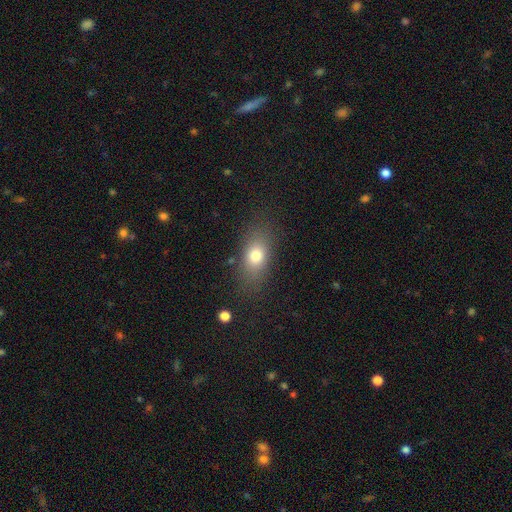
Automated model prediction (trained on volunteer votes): smooth_or_featured: smooth (p=0.77) [alt: featured or disk p=0.13]
how_rounded: in between (p=0.79) [alt: round p=0.15]
merging: none (p=0.80) [alt: minor disturbance p=0.13]